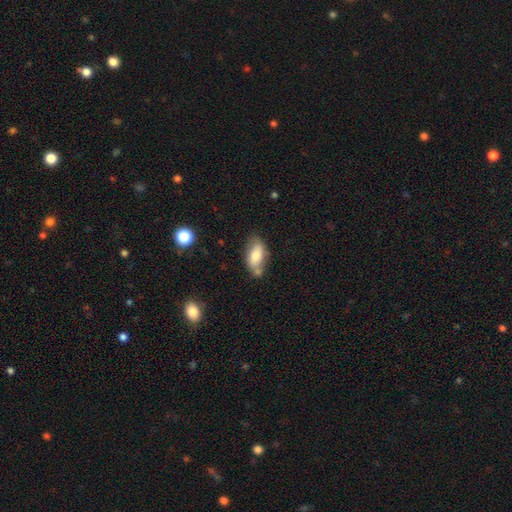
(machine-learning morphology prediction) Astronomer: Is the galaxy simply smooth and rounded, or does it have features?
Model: smooth — 72%.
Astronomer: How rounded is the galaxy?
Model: in between — 89%.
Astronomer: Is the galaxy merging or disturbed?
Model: none — 58%.